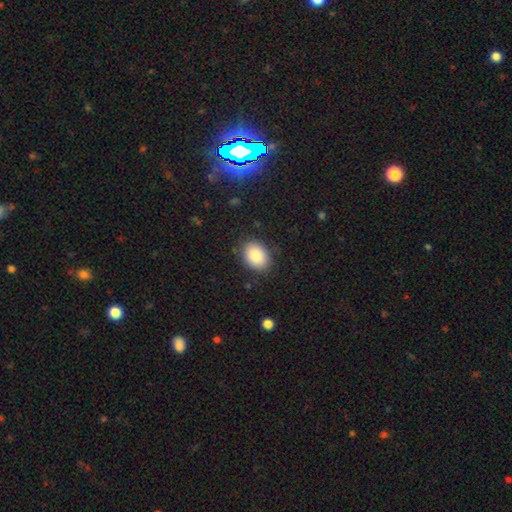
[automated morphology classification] Smooth or featured? smooth (87%)
How rounded? in between (71%)
Merging? none (85%)